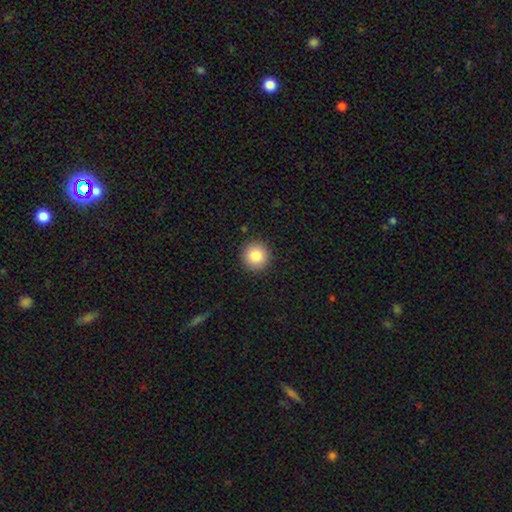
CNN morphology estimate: A smooth galaxy with no disk features (84%) that is round (94%). Merging: none (92%).